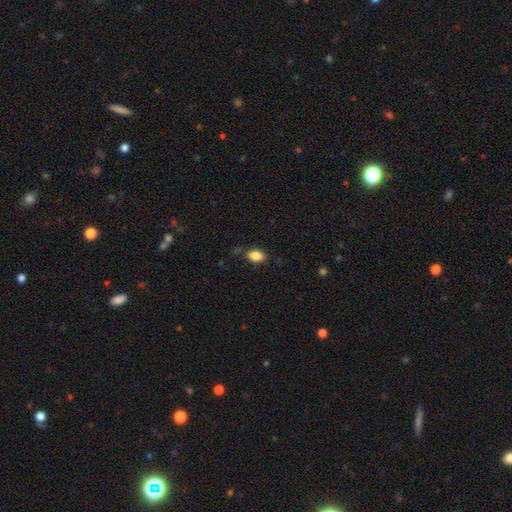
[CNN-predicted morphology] The model was most divided on "merging": none: 80%, minor disturbance: 14%, major disturbance: 3%, merger: 3%. More confident: how rounded — in between (86%); smooth or featured — smooth (86%).